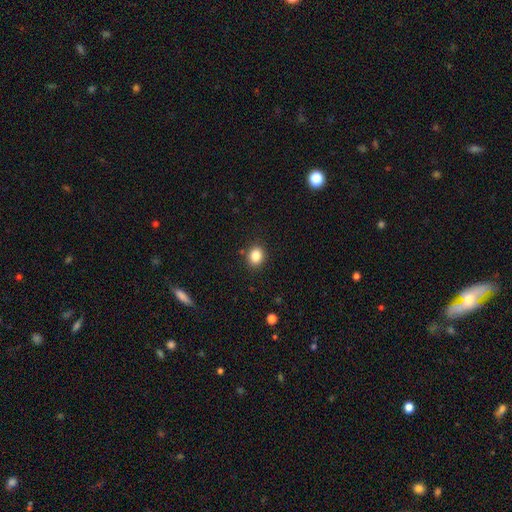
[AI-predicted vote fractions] Smooth or featured?
  - smooth: 85% *
  - star or artifact: 10%
  - featured or disk: 5%
How rounded?
  - round: 59% *
  - in between: 40%
  - cigar-shaped: 1%
Merging?
  - none: 87% *
  - minor disturbance: 8%
  - major disturbance: 2%
  - merger: 2%